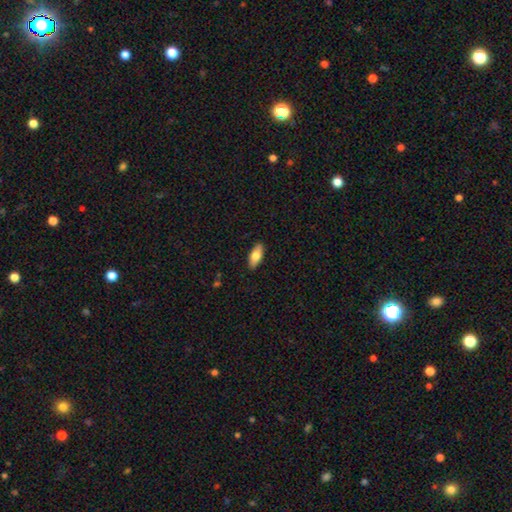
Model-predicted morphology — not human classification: This is likely a smooth galaxy (73%). How rounded: likely in between (80%). Merging: clearly none (89%).